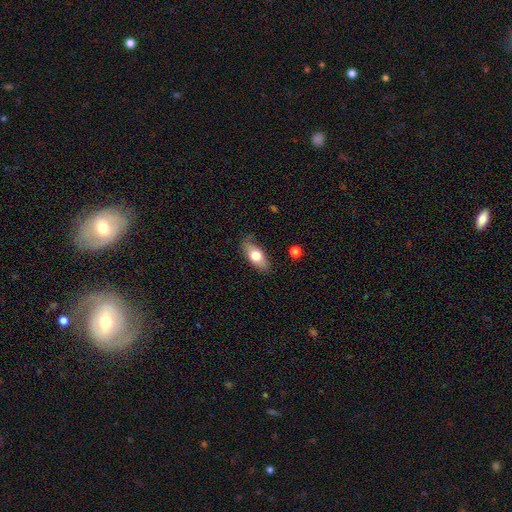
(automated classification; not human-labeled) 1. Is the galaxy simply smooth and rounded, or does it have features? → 68% smooth, 25% featured or disk, 6% star or artifact.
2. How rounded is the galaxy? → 82% in between, 13% cigar-shaped, 5% round.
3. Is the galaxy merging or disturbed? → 78% none, 17% minor disturbance, 3% major disturbance, 2% merger.